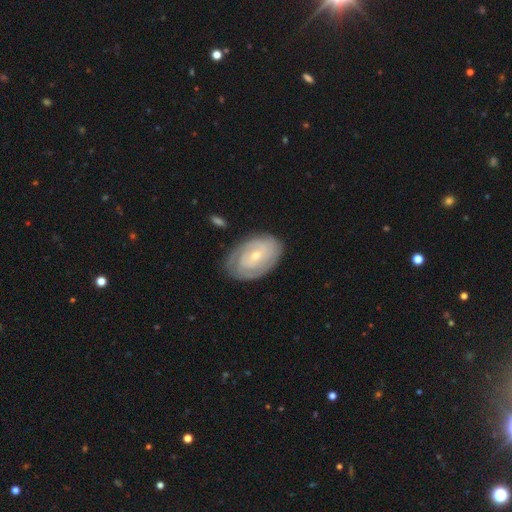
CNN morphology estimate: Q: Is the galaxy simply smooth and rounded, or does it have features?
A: featured or disk — 76%.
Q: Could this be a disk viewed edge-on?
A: no — 96%.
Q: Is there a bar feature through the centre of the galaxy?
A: no — 53%.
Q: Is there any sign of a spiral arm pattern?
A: yes — 89%.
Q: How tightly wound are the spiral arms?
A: tight — 76%.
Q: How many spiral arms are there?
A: can't tell — 39%.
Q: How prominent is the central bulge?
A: small — 67%.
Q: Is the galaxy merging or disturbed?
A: none — 78%.